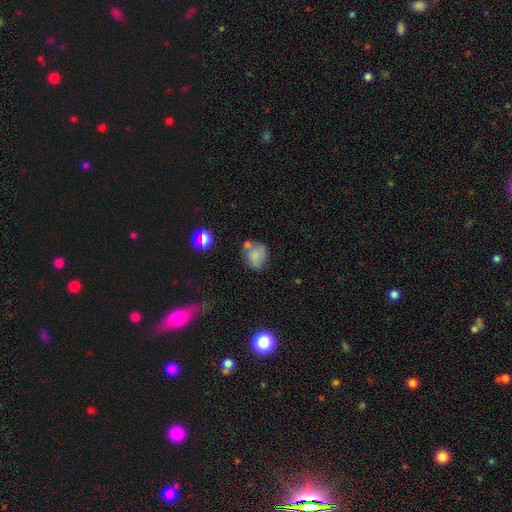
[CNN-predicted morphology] This appears to be a smooth galaxy with no disk features (65%) that is round (66%). Merging: none (50%).